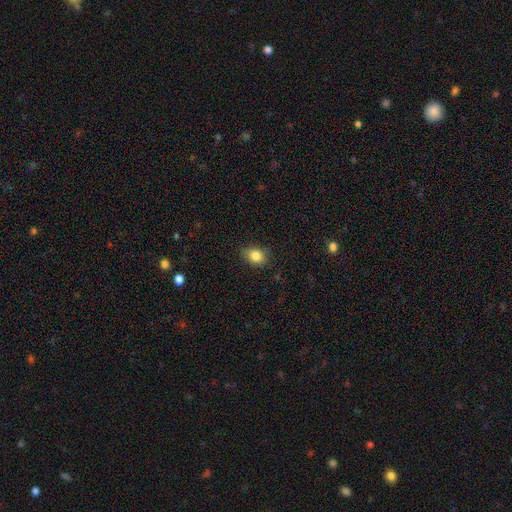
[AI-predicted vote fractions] Q: Smooth or featured?
A: smooth (83%); runner-up: star or artifact (10%)
Q: How rounded?
A: round (50%); runner-up: in between (49%)
Q: Merging?
A: none (79%); runner-up: minor disturbance (16%)